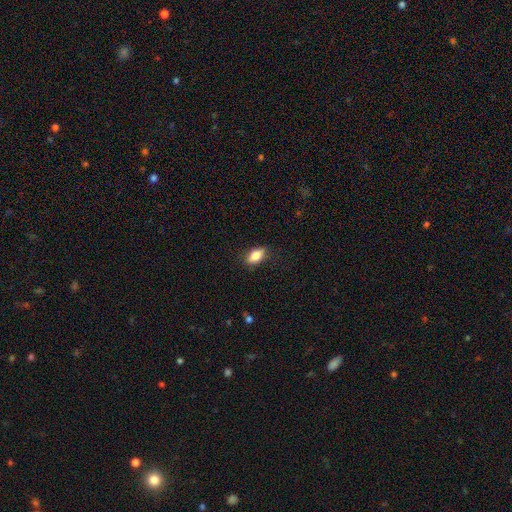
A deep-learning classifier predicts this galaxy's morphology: Smooth or featured?
  - smooth: 83% *
  - featured or disk: 9%
  - star or artifact: 8%
How rounded?
  - in between: 87% *
  - cigar-shaped: 7%
  - round: 7%
Merging?
  - none: 79% *
  - minor disturbance: 16%
  - major disturbance: 4%
  - merger: 1%